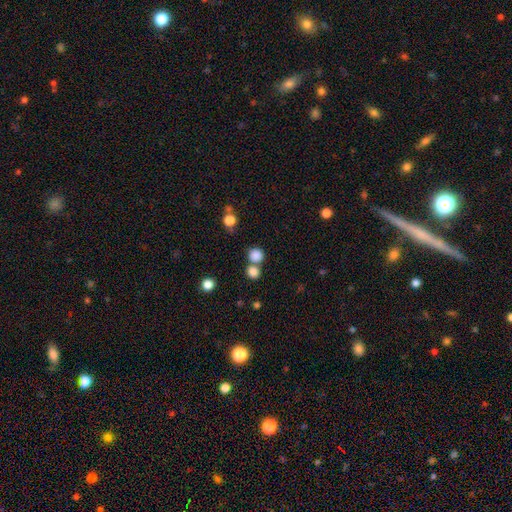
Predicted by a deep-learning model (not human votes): Morphology: type=smooth (84%); roundness=round (89%); merging=none (59%).